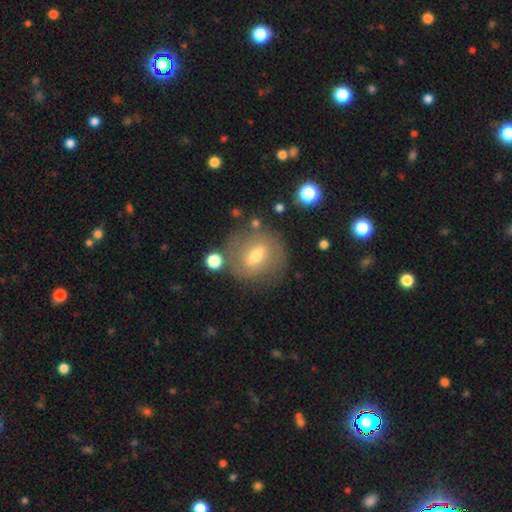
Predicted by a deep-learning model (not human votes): Overall: featured or disk (47%; smooth 43%). Merging: none (72%).